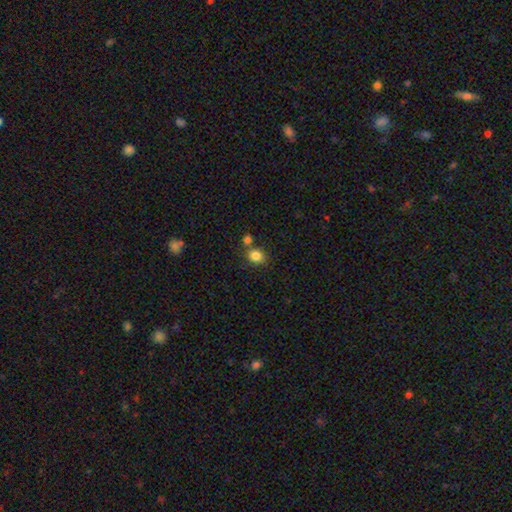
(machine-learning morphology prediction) The model was most divided on "merging": none: 64%, merger: 22%, minor disturbance: 11%, major disturbance: 4%. More confident: smooth or featured — smooth (83%); how rounded — round (72%).